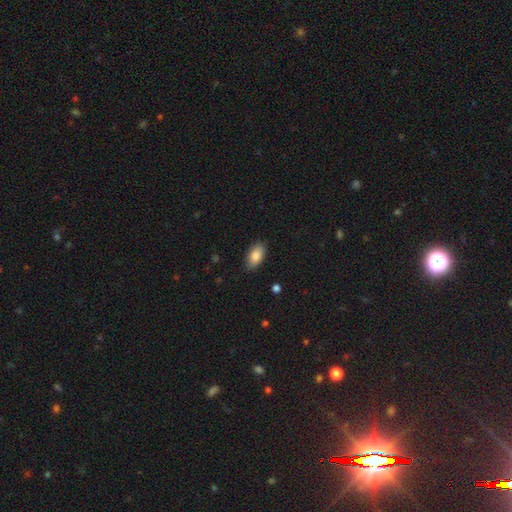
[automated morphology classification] The model was most divided on "merging": none: 83%, minor disturbance: 13%, major disturbance: 3%, merger: 1%. More confident: how rounded — in between (93%); smooth or featured — smooth (87%).